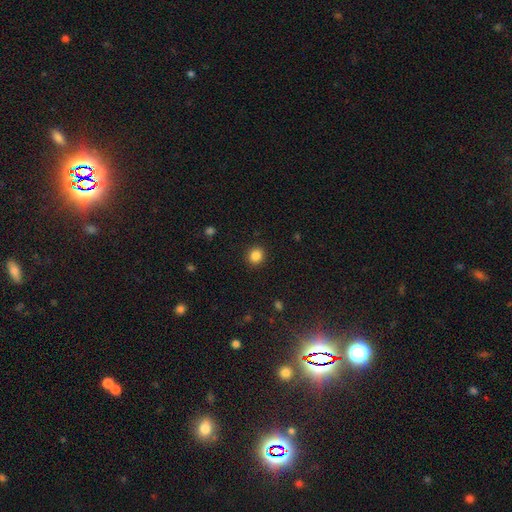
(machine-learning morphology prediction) smooth 86%, star or artifact 11%, featured or disk 3%. Down the decision tree: how rounded — round (85%); merging — none (91%).